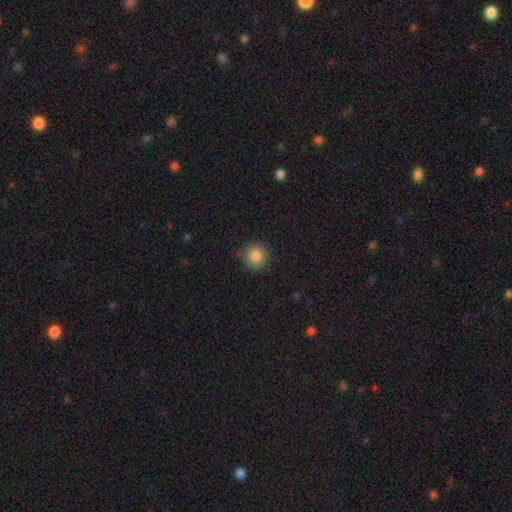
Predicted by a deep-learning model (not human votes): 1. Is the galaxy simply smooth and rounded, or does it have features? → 85% smooth, 9% star or artifact, 6% featured or disk.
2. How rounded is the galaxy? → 93% round, 6% in between, 1% cigar-shaped.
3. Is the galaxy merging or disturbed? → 81% none, 15% minor disturbance, 3% major disturbance, 1% merger.